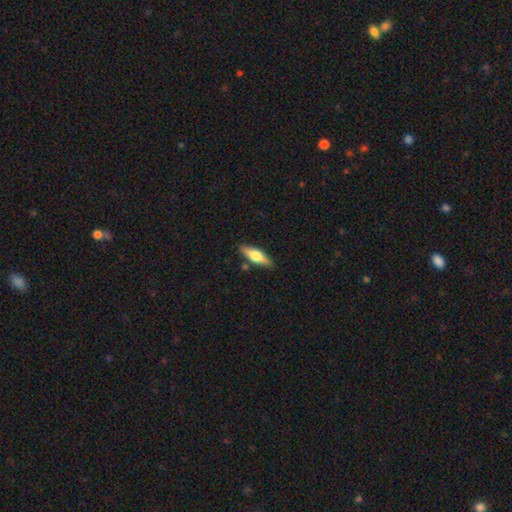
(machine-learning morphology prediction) Smooth or featured?
  - smooth: 52% *
  - featured or disk: 42%
  - star or artifact: 6%
How rounded?
  - in between: 49% *
  - cigar-shaped: 48%
  - round: 2%
Merging?
  - none: 84% *
  - minor disturbance: 11%
  - merger: 3%
  - major disturbance: 2%